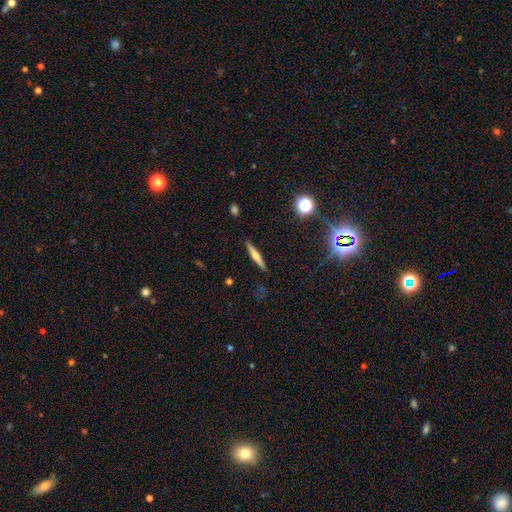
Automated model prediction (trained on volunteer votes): Q: Smooth or featured?
A: featured or disk (47%); runner-up: smooth (44%)
Q: Merging?
A: none (89%); runner-up: minor disturbance (7%)